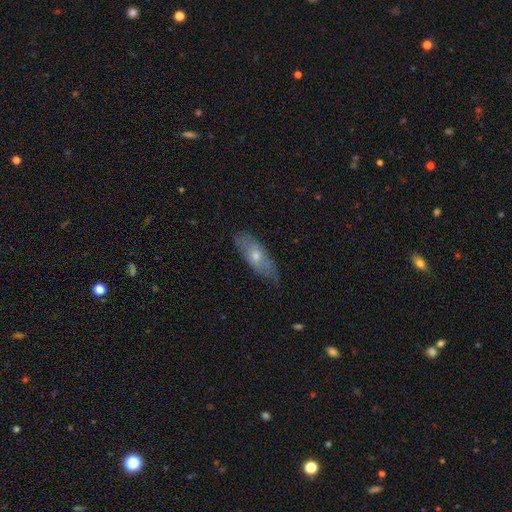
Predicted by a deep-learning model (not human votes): This appears to be a smooth galaxy with no disk features (48%). Merging: none (73%).